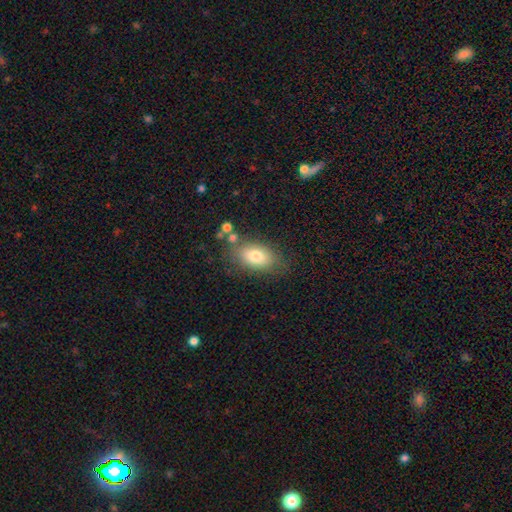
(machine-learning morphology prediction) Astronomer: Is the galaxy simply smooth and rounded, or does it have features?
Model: smooth — 77%.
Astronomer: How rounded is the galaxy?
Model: in between — 88%.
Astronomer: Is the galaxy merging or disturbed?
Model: none — 73%.